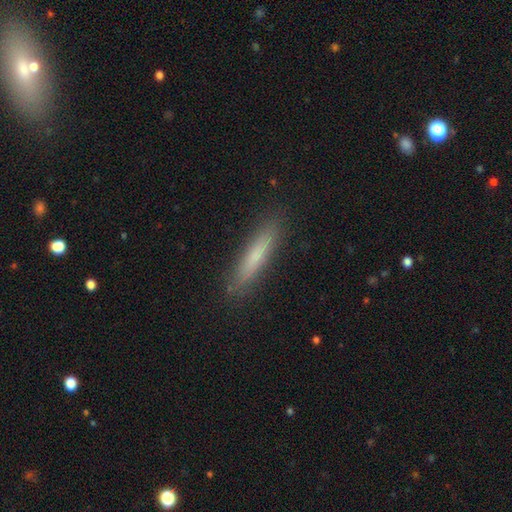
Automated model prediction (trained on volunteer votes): Overall: smooth (71%). How rounded: cigar-shaped (90%). Merging: none (88%).